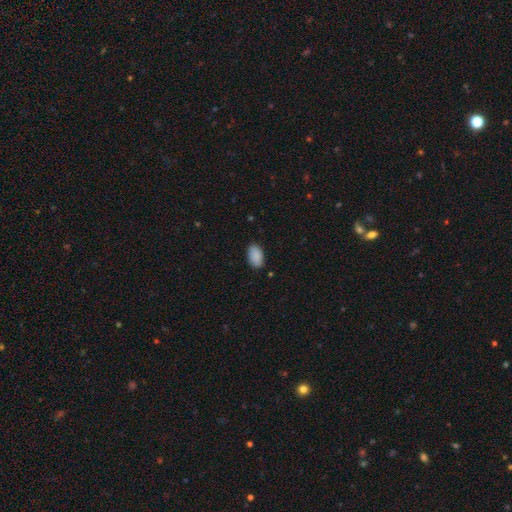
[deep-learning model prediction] This is clearly a smooth galaxy (89%). How rounded: clearly in between (93%). Merging: clearly none (85%).